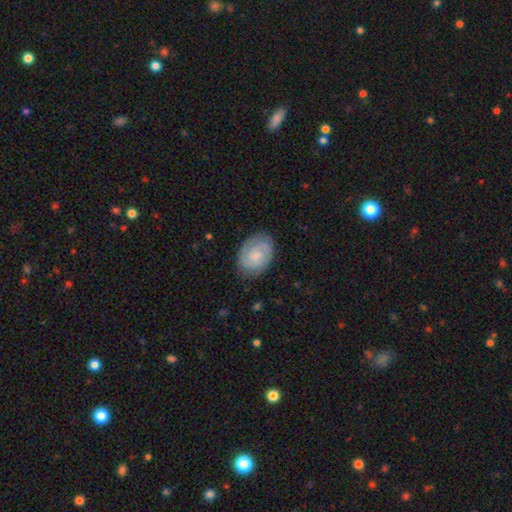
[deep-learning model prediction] Smooth or featured?
  - featured or disk: 70% *
  - smooth: 24%
  - star or artifact: 6%
Edge-on disk?
  - no: 98% *
  - yes: 2%
Bar?
  - no: 66% *
  - weak: 30%
  - strong: 4%
Spiral arms?
  - yes: 94% *
  - no: 6%
Spiral winding?
  - tight: 58% *
  - medium: 34%
  - loose: 8%
Spiral arm count?
  - 2: 70% *
  - can't tell: 14%
  - 3: 8%
  - 1: 4%
  - 4: 2%
  - more than 4: 2%
Bulge size?
  - small: 60% *
  - moderate: 24%
  - none: 12%
  - large: 2%
  - dominant: 1%
Merging?
  - none: 80% *
  - minor disturbance: 15%
  - major disturbance: 4%
  - merger: 1%